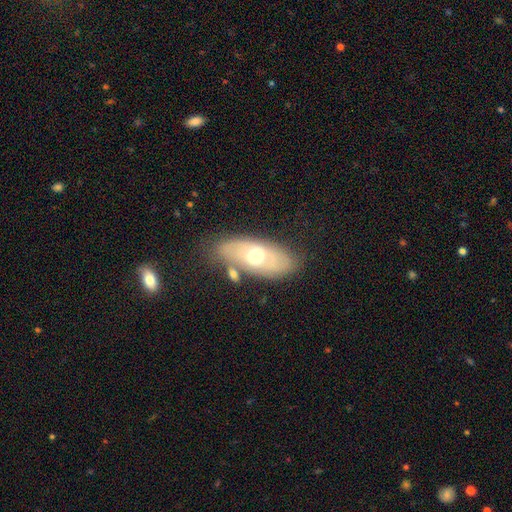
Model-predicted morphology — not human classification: This appears to be a smooth galaxy with no disk features (47%). Merging: none (66%).